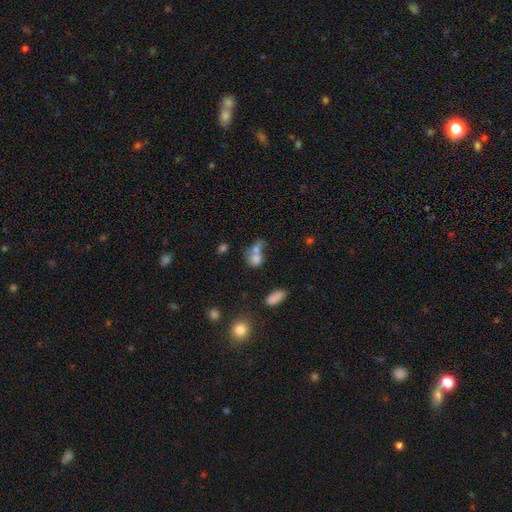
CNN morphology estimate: This is likely a smooth galaxy (70%). How rounded: possibly in between (51%). Merging: likely merger (62%).